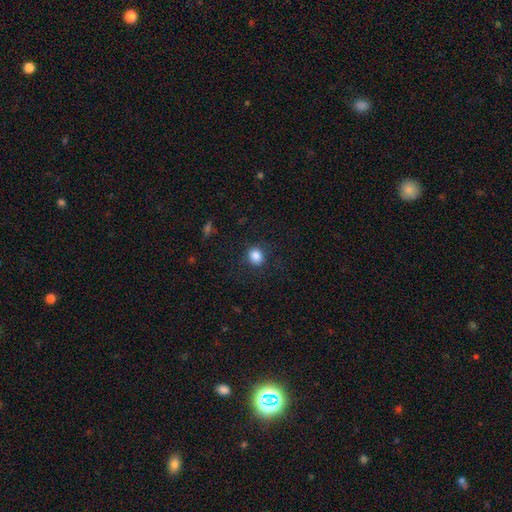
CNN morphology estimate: smooth 86%, star or artifact 11%, featured or disk 4%. Down the decision tree: how rounded — round (72%); merging — none (85%).